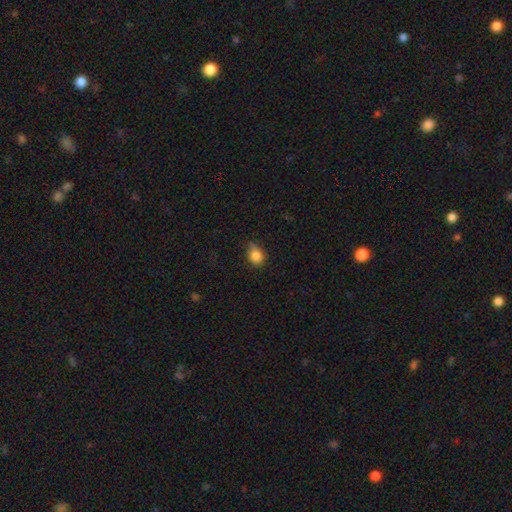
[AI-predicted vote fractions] Q: Smooth or featured?
A: smooth (84%); runner-up: star or artifact (10%)
Q: How rounded?
A: round (56%); runner-up: in between (42%)
Q: Merging?
A: none (55%); runner-up: minor disturbance (36%)